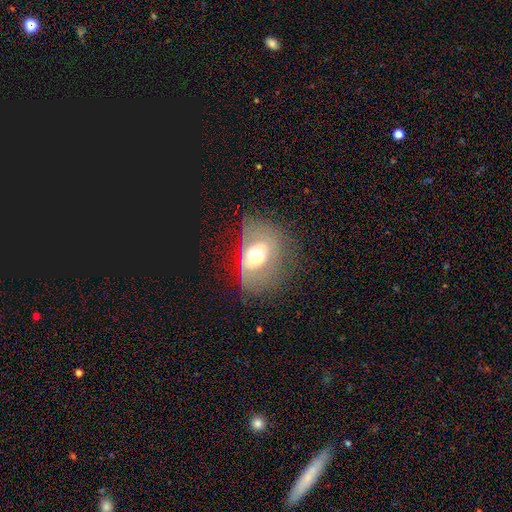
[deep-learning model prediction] smooth-or-featured: featured or disk: 48% | smooth: 42% | star or artifact: 10%
  merging: major disturbance: 41% | none: 28% | minor disturbance: 28% | merger: 3%